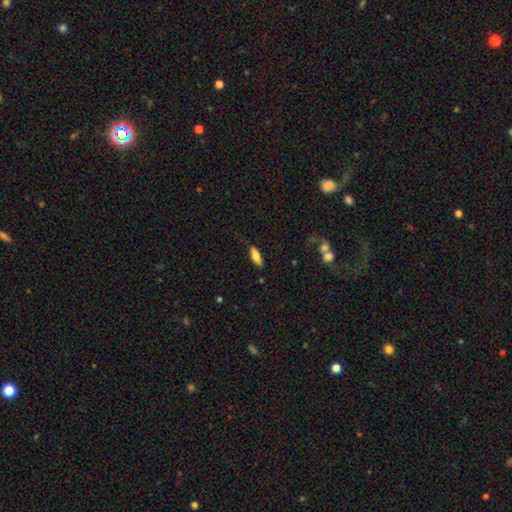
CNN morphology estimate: Smooth or featured: smooth — 74% (featured or disk — 20%)
How rounded: in between — 76% (cigar-shaped — 21%)
Merging: none — 73% (minor disturbance — 20%)